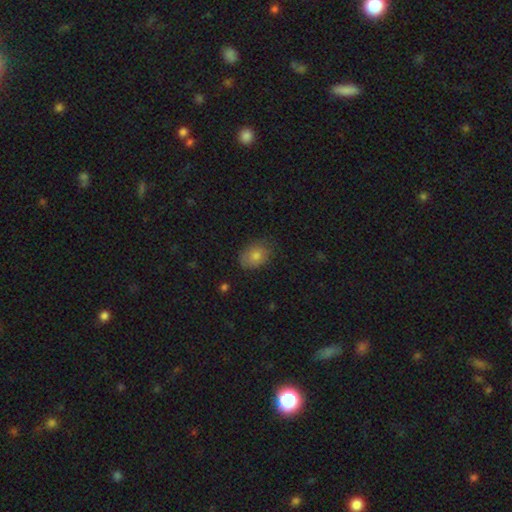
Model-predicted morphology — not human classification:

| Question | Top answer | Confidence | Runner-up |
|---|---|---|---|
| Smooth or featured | smooth | 79% | featured or disk (12%) |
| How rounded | in between | 74% | round (25%) |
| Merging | none | 74% | minor disturbance (21%) |